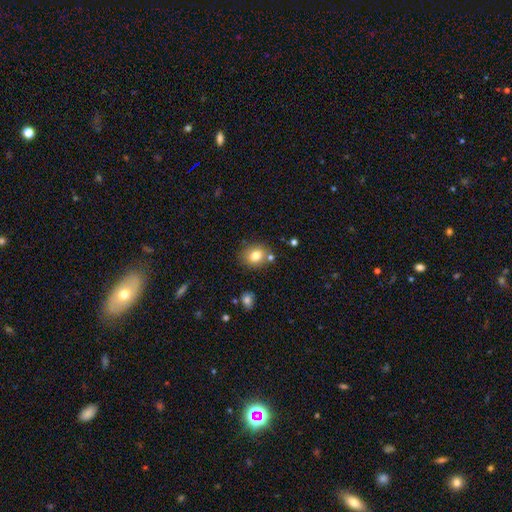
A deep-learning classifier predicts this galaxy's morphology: smooth 79%, star or artifact 11%, featured or disk 10%. Down the decision tree: how rounded — round (61%); merging — none (75%).